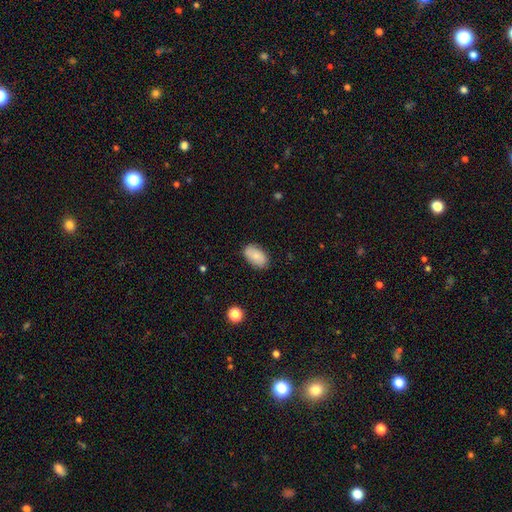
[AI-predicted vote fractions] The model was most divided on "smooth or featured": smooth: 80%, featured or disk: 13%, star or artifact: 7%. More confident: how rounded — in between (93%); merging — none (84%).